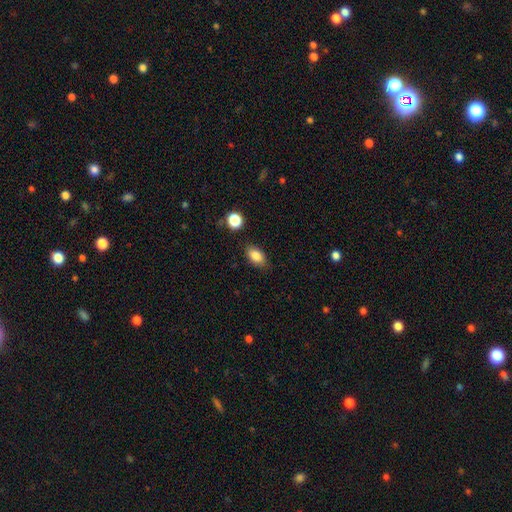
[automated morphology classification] smooth-or-featured: smooth: 84% | star or artifact: 9% | featured or disk: 7%
  how-rounded: in between: 88% | round: 9% | cigar-shaped: 3%
  merging: none: 83% | minor disturbance: 12% | major disturbance: 3% | merger: 2%